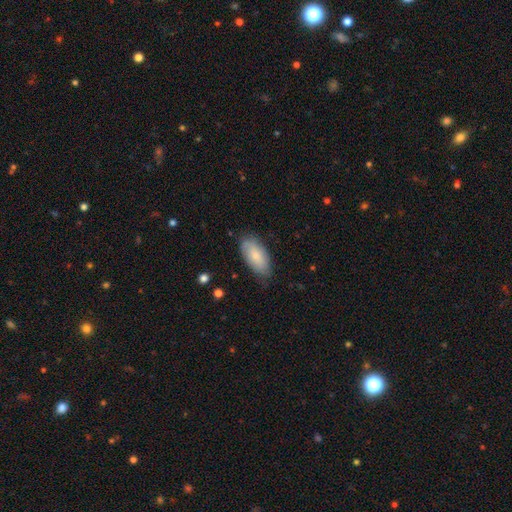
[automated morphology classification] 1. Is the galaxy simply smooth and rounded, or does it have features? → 79% smooth, 15% featured or disk, 6% star or artifact.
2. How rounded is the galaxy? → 91% in between, 6% cigar-shaped, 2% round.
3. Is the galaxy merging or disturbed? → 74% none, 21% minor disturbance, 4% major disturbance, 1% merger.